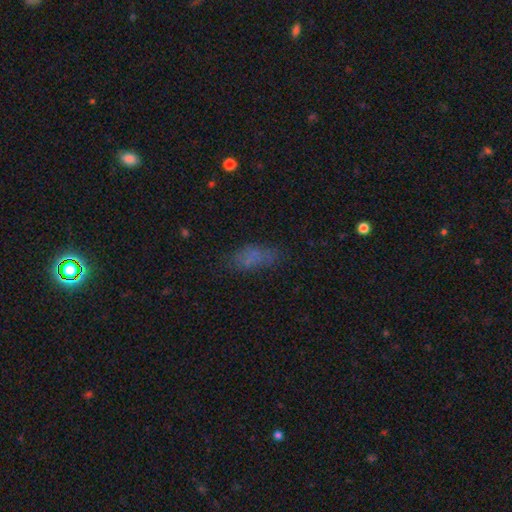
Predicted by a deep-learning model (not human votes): Smooth or featured? Predicted: smooth (p=0.66). How rounded? Predicted: in between (p=0.74). Merging? Predicted: none (p=0.62).